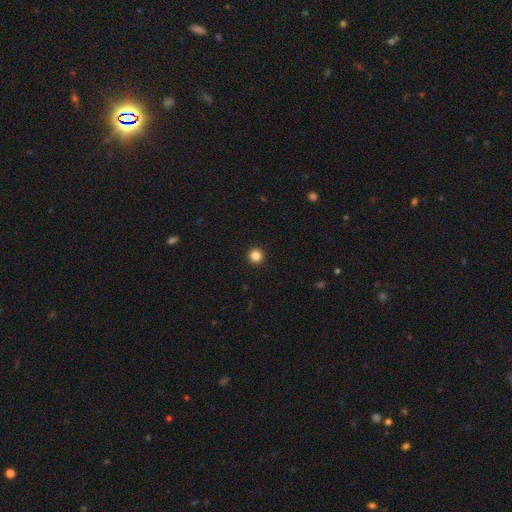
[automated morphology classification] Smooth or featured: smooth — 85% (star or artifact — 12%)
How rounded: round — 96% (in between — 3%)
Merging: none — 94% (minor disturbance — 3%)